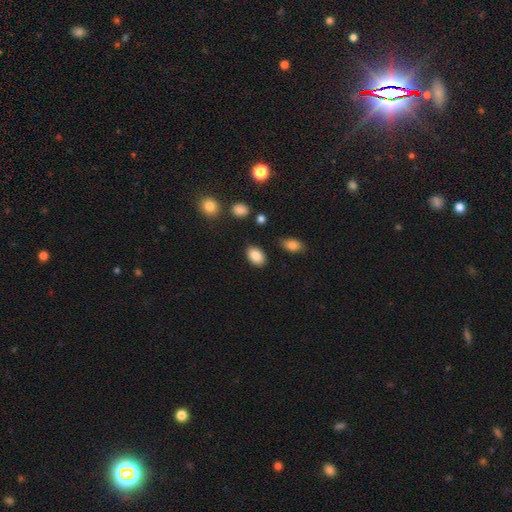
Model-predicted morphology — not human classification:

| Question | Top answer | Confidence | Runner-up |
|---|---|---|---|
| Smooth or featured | smooth | 87% | star or artifact (8%) |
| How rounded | in between | 87% | round (12%) |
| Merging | none | 86% | minor disturbance (10%) |